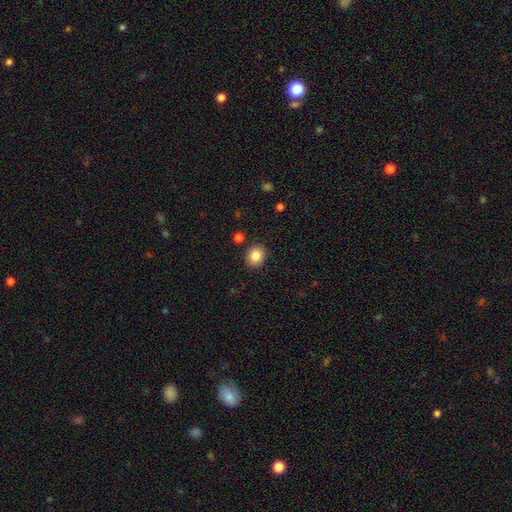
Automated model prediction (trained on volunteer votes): Morphology: type=smooth (86%); roundness=round (73%); merging=none (89%).